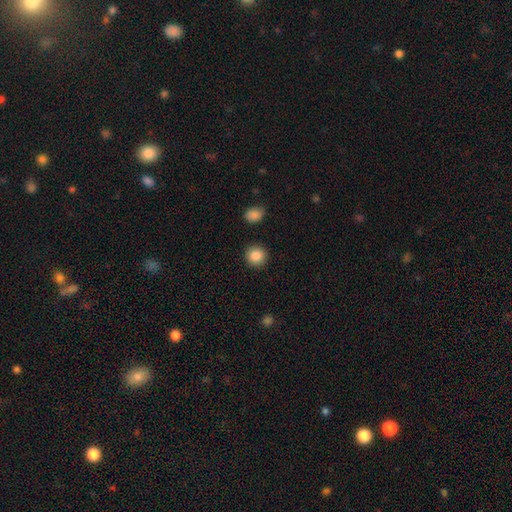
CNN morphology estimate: smooth 87%, star or artifact 8%, featured or disk 4%. Down the decision tree: how rounded — round (92%); merging — none (91%).